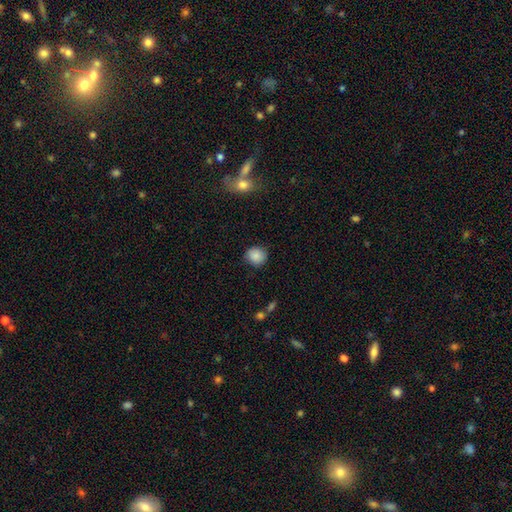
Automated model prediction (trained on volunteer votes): smooth_or_featured: smooth (p=0.87) [alt: star or artifact p=0.08]
how_rounded: round (p=0.83) [alt: in between p=0.16]
merging: none (p=0.83) [alt: minor disturbance p=0.13]